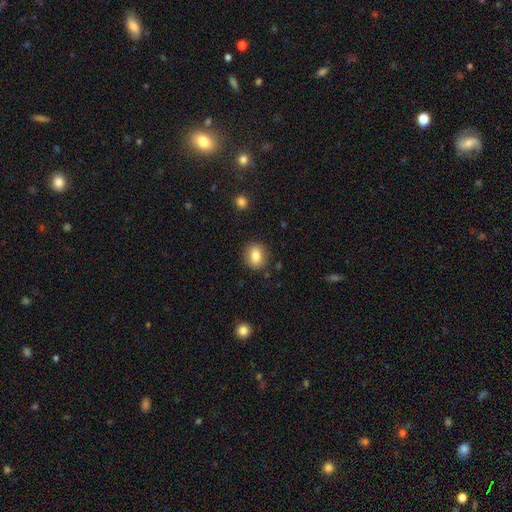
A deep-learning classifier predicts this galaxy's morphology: Q: Smooth or featured?
A: smooth (82%); runner-up: featured or disk (9%)
Q: How rounded?
A: round (59%); runner-up: in between (39%)
Q: Merging?
A: none (86%); runner-up: minor disturbance (9%)